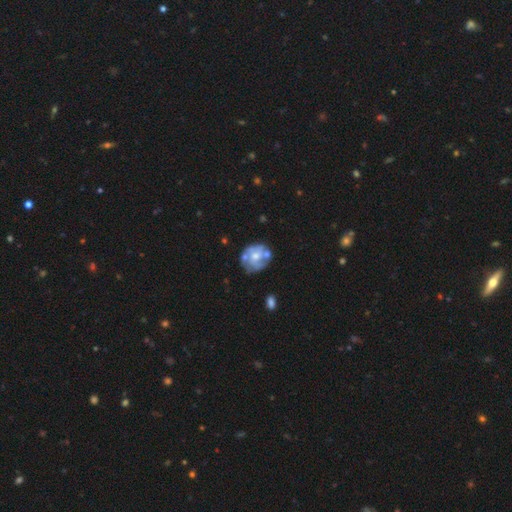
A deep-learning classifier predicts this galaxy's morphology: featured or disk 65%, smooth 29%, star or artifact 6%. Down the decision tree: edge-on disk — no (98%); bar — no (79%); spiral arms — no (50%, tied with yes); bulge size — moderate (60%); merging — none (56%).